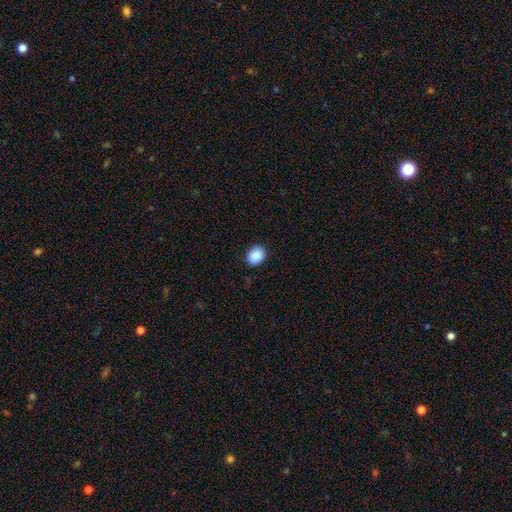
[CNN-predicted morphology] smooth 89%, star or artifact 8%, featured or disk 3%. Down the decision tree: how rounded — in between (50%); merging — none (89%).